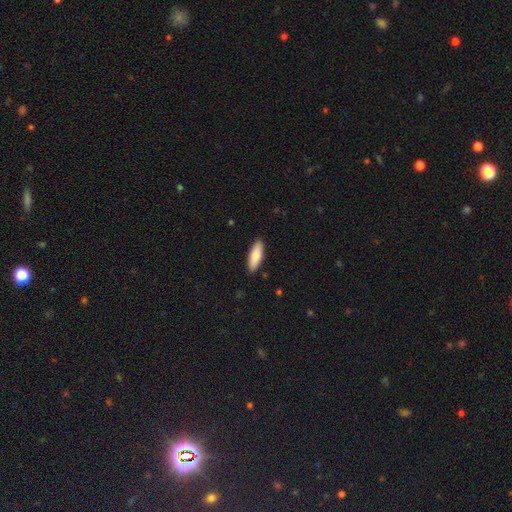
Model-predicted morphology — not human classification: Overall: smooth (80%). How rounded: in between (54%; cigar-shaped 44%). Merging: none (90%).